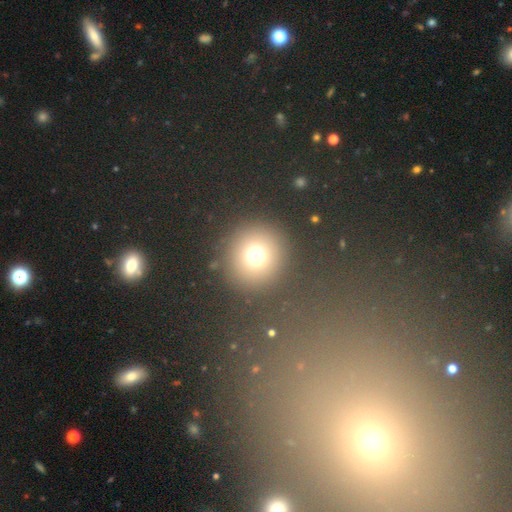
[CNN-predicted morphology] Smooth or featured? smooth (70%)
How rounded? round (93%)
Merging? none (83%)